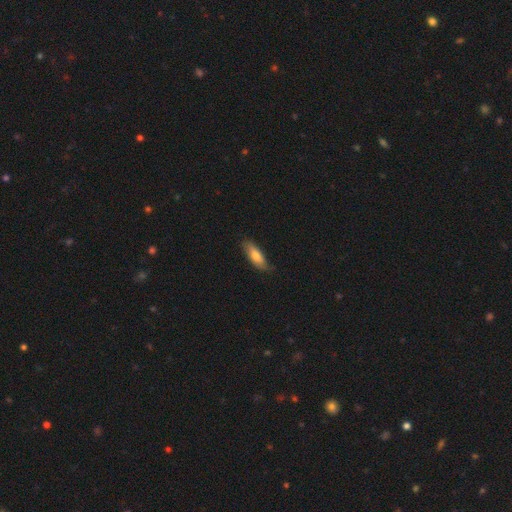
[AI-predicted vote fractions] A smooth galaxy with no disk features (73%) that is in between round and cigar-shaped (62%).

Vote fractions:
- Smooth or featured? smooth: 73% / featured or disk: 21% / star or artifact: 6%
- How rounded? in between: 62% / cigar-shaped: 36% / round: 2%
- Merging? none: 74% / minor disturbance: 21% / major disturbance: 3% / merger: 1%